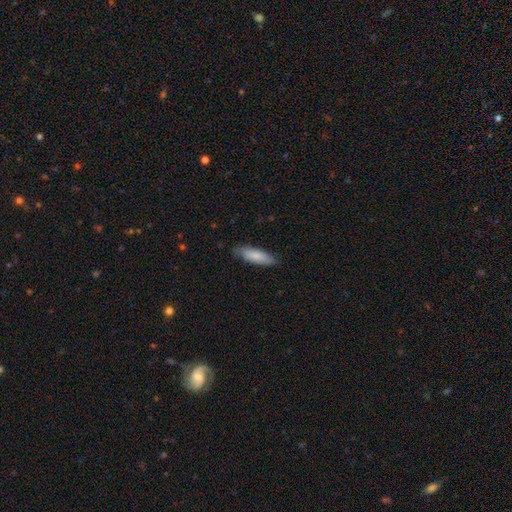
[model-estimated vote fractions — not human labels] A smooth galaxy with no disk features (81%) that is cigar-shaped (50%). Merging: none (81%).